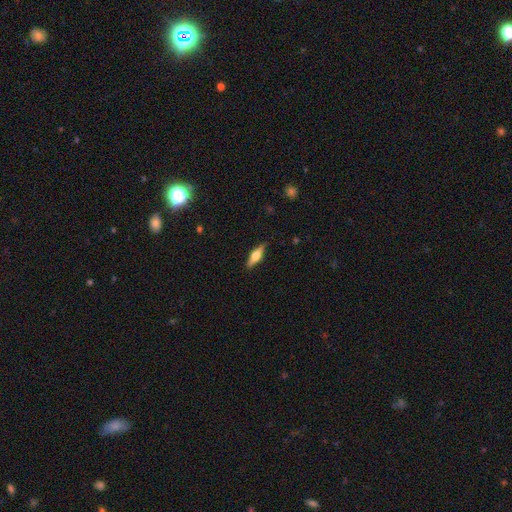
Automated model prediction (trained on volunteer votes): Morphology: type=featured or disk (55%); edge-on=yes (95%); edge-on bulge=rounded (92%); merging=none (88%).